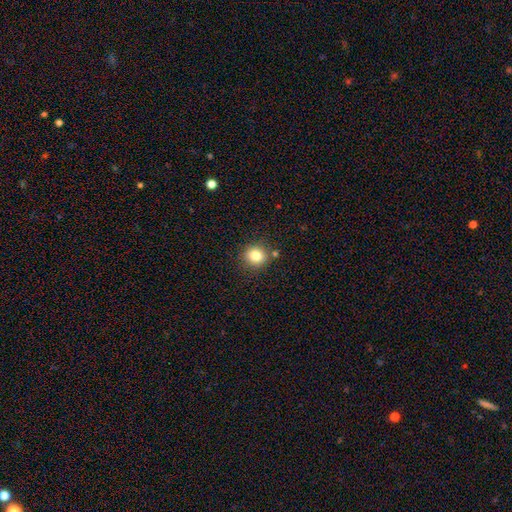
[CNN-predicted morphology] Smooth or featured? Predicted: smooth (p=0.82). How rounded? Predicted: round (p=0.84). Merging? Predicted: none (p=0.82).